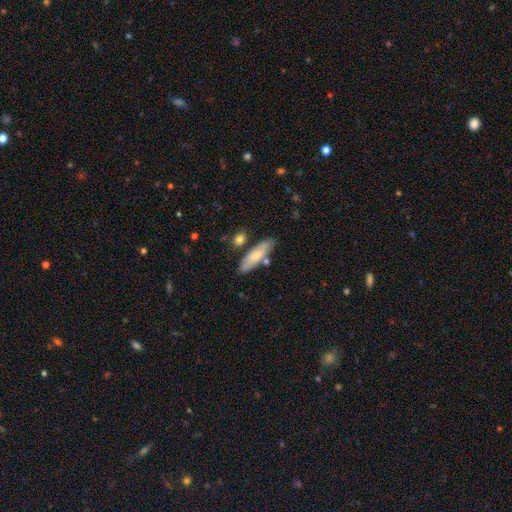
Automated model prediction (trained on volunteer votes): Smooth or featured? smooth (69%)
How rounded? cigar-shaped (58%)
Merging? none (75%)